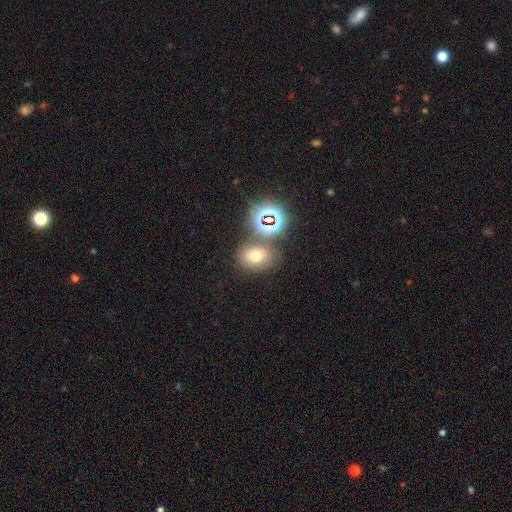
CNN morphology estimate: This is likely a smooth galaxy (60%). How rounded: possibly in between (58%). Merging: likely none (65%).